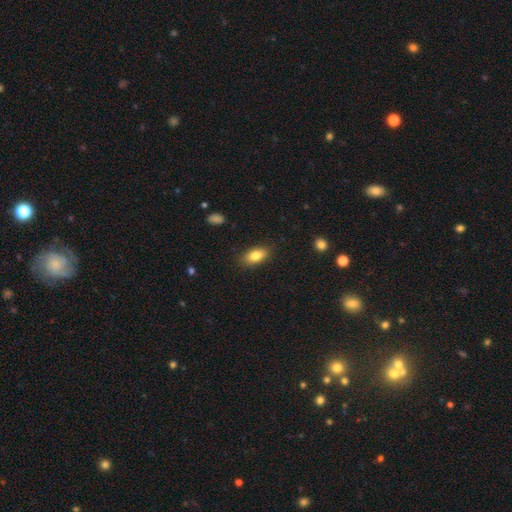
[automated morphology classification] smooth 82%, featured or disk 10%, star or artifact 8%. Down the decision tree: how rounded — in between (88%); merging — none (85%).